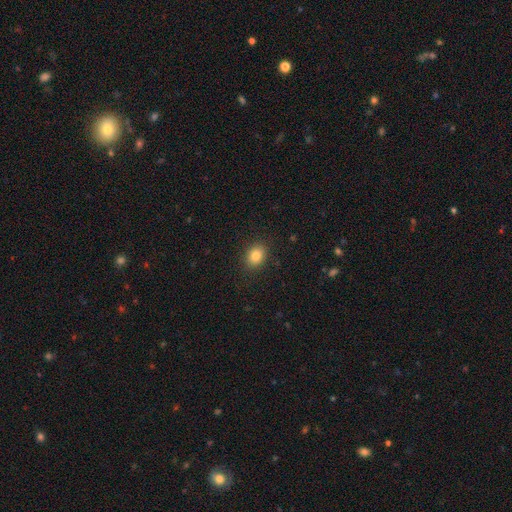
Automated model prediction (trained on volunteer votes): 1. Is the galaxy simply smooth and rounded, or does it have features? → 83% smooth, 11% star or artifact, 7% featured or disk.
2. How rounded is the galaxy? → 56% in between, 43% round, 1% cigar-shaped.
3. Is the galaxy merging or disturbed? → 89% none, 8% minor disturbance, 2% major disturbance, 1% merger.